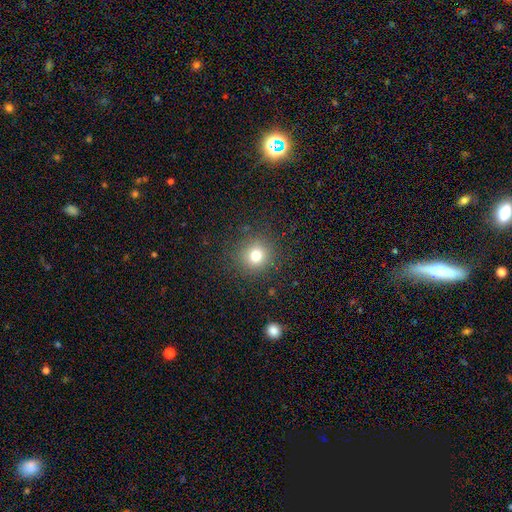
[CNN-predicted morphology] smooth 77%, star or artifact 15%, featured or disk 7%. Down the decision tree: how rounded — round (92%); merging — none (88%).